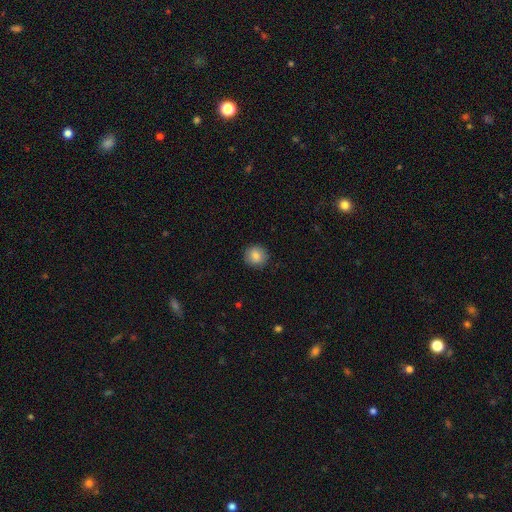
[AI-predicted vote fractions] smooth-or-featured: smooth: 84% | star or artifact: 9% | featured or disk: 7%
  how-rounded: round: 90% | in between: 9% | cigar-shaped: 1%
  merging: none: 90% | minor disturbance: 7% | major disturbance: 2% | merger: 1%